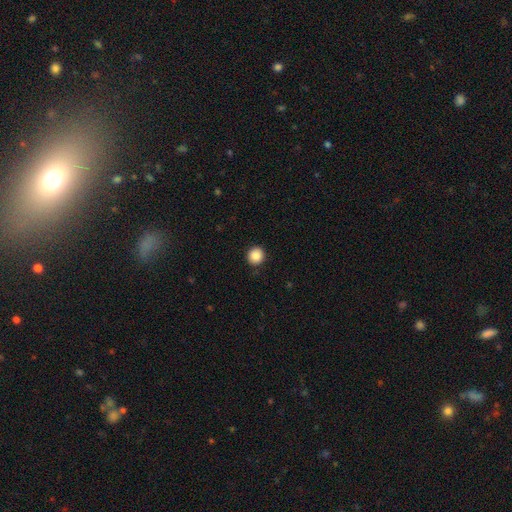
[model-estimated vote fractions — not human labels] This is clearly a smooth galaxy (87%). How rounded: clearly round (93%). Merging: clearly none (90%).